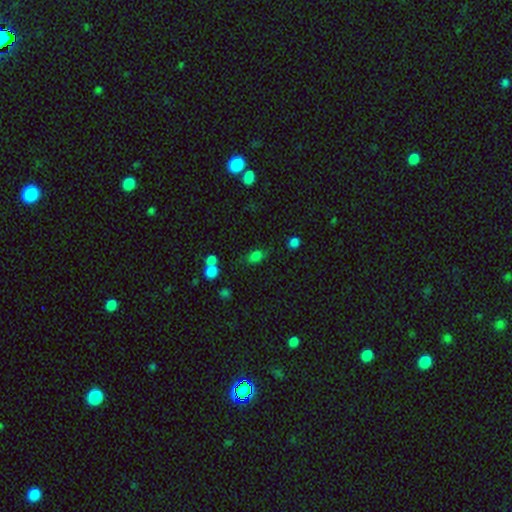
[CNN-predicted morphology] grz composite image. It shows a smooth galaxy with no disk features (78%) that is in between round and cigar-shaped (78%). Merging: none (65%).